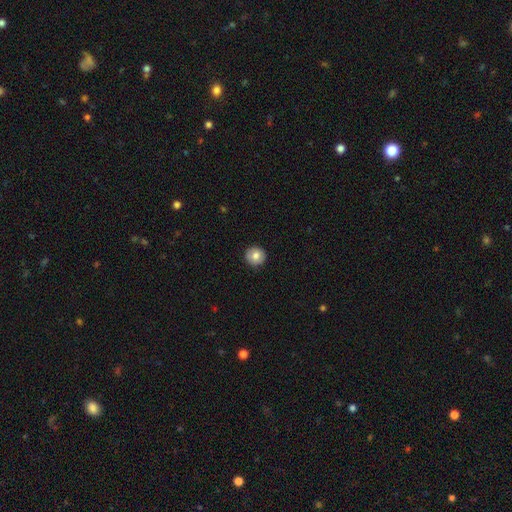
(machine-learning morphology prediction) Overall: smooth (78%). How rounded: round (94%). Merging: none (91%).